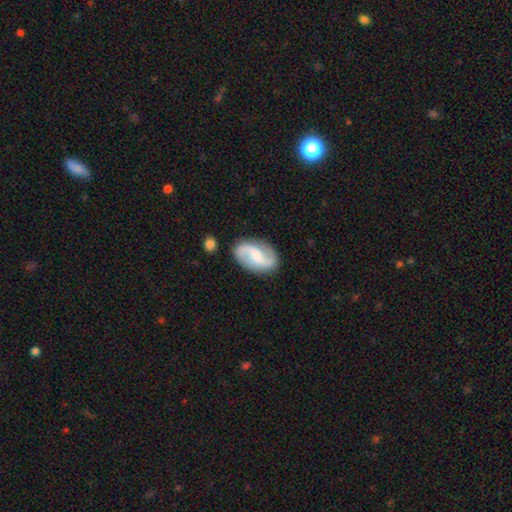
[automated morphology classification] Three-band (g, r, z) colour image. It shows a featured or disk galaxy (79%) with a weak bar (46%), 2 (93%) loose (61%) spiral arms (96%) and a small central bulge (43%). Merging: none (84%).